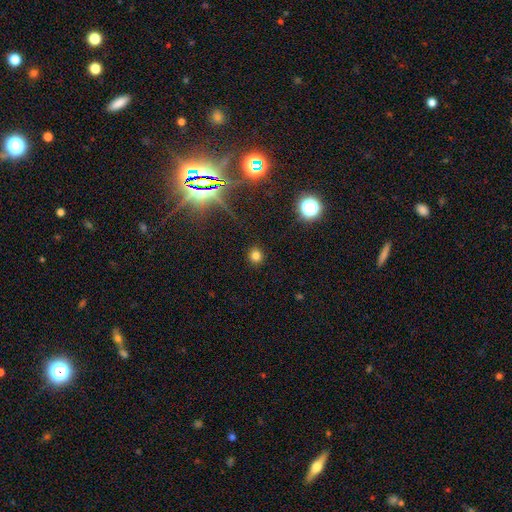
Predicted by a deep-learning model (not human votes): This appears to be a smooth galaxy with no disk features (76%) that is round (87%). Merging: none (91%).